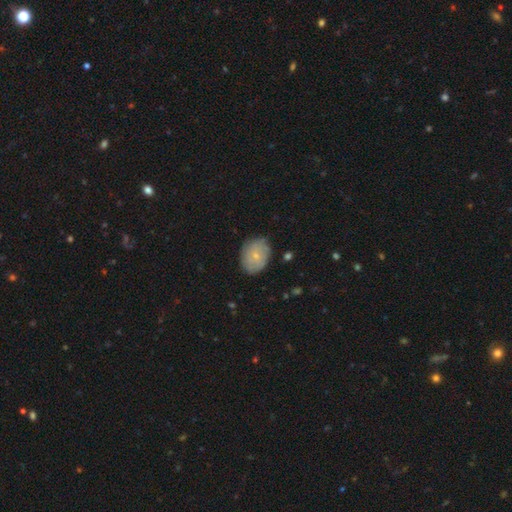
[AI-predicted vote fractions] Smooth or featured? smooth (60%)
How rounded? in between (64%)
Merging? none (78%)